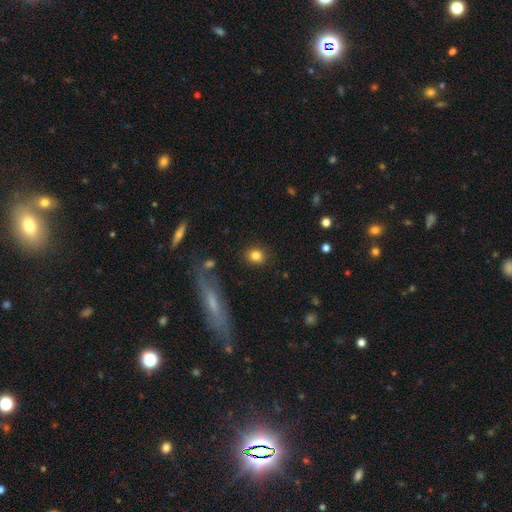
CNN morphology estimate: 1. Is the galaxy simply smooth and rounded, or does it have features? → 84% smooth, 10% star or artifact, 7% featured or disk.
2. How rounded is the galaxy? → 72% round, 26% in between, 2% cigar-shaped.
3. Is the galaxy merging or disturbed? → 87% none, 8% minor disturbance, 3% major disturbance, 2% merger.